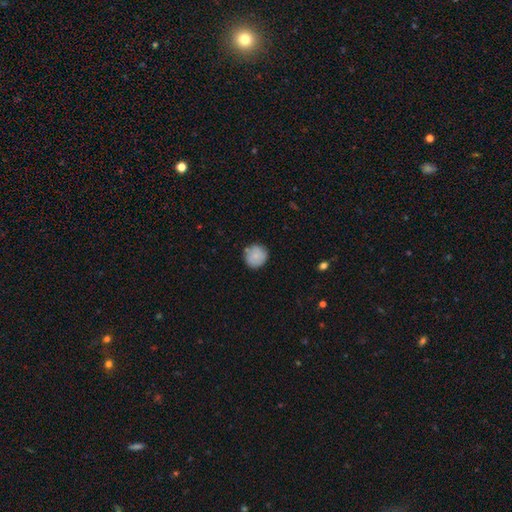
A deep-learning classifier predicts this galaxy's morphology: smooth-or-featured: smooth: 76% | featured or disk: 17% | star or artifact: 7%
  how-rounded: round: 92% | in between: 8% | cigar-shaped: 1%
  merging: none: 80% | minor disturbance: 15% | major disturbance: 3% | merger: 3%